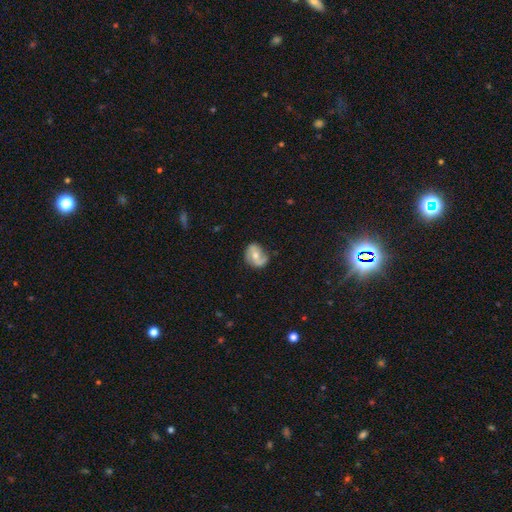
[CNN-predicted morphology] The model was most divided on "spiral winding": medium: 40%, loose: 39%, tight: 21%. Remaining: edge-on disk — no (97%); spiral arms — yes (86%); spiral arm count — 2 (80%); smooth or featured — featured or disk (66%); merging — none (66%); bulge size — moderate (64%); bar — no (48%).